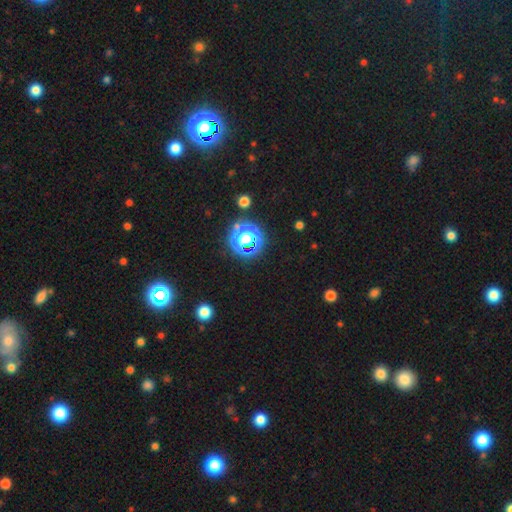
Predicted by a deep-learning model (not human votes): Q: Smooth or featured?
A: star or artifact (74%); runner-up: smooth (18%)